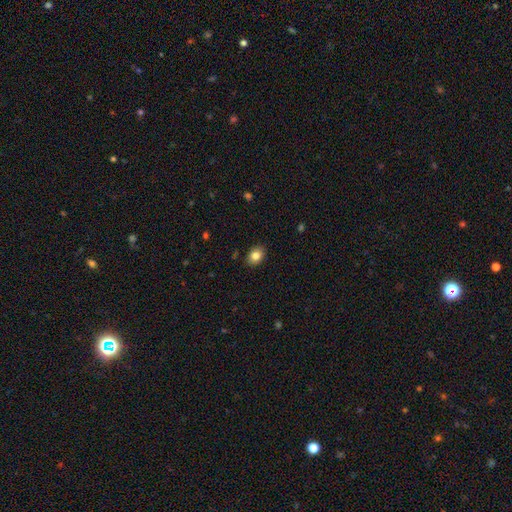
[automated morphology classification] smooth-or-featured: smooth: 83% | star or artifact: 9% | featured or disk: 8%
  how-rounded: in between: 69% | round: 30% | cigar-shaped: 1%
  merging: none: 88% | minor disturbance: 9% | major disturbance: 2% | merger: 1%